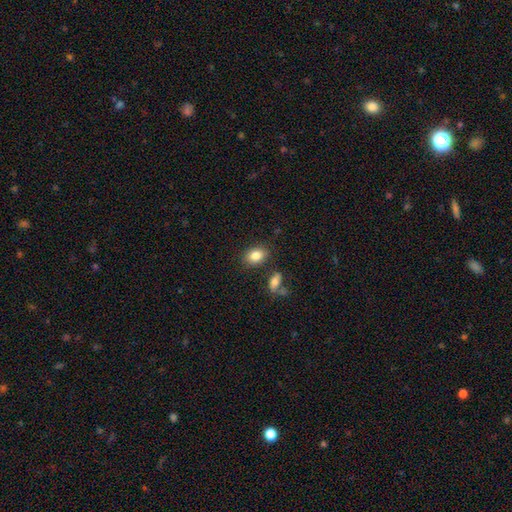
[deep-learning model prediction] smooth-or-featured: smooth: 83% | star or artifact: 8% | featured or disk: 8%
  how-rounded: in between: 76% | round: 22% | cigar-shaped: 1%
  merging: none: 80% | minor disturbance: 11% | merger: 6% | major disturbance: 3%